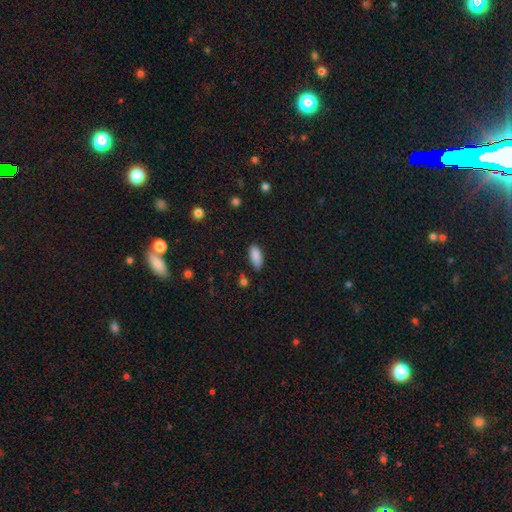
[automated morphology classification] smooth_or_featured: smooth (p=0.88) [alt: star or artifact p=0.07]
how_rounded: in between (p=0.84) [alt: cigar-shaped p=0.14]
merging: none (p=0.81) [alt: minor disturbance p=0.14]